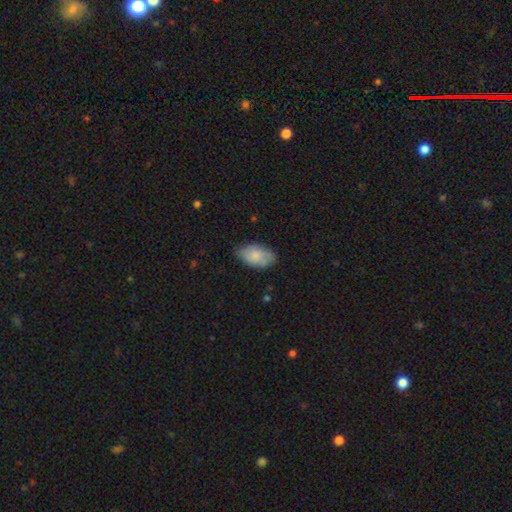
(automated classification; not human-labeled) Smooth or featured: smooth — 75% (featured or disk — 19%)
How rounded: in between — 94% (round — 4%)
Merging: none — 71% (minor disturbance — 24%)